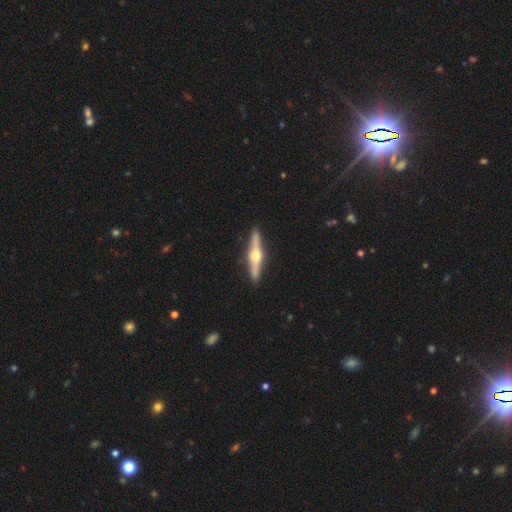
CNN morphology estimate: Smooth or featured? Predicted: featured or disk (p=0.78). Edge-on disk? Predicted: yes (p=0.98). Edge-on bulge? Predicted: rounded (p=0.95). Merging? Predicted: none (p=0.91).